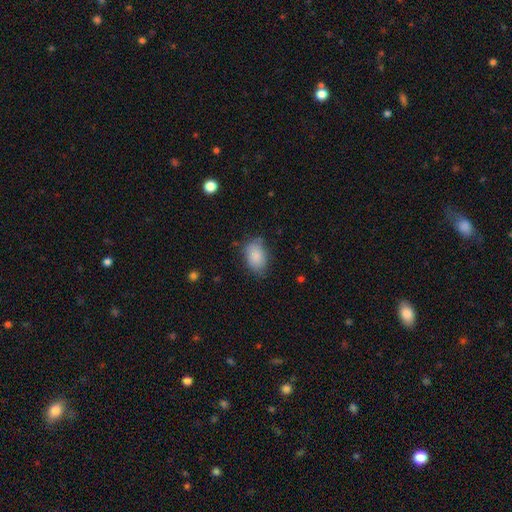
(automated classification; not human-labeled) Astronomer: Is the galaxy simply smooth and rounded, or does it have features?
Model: smooth — 86%.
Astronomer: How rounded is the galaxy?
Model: in between — 87%.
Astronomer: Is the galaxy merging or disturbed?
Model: none — 69%.